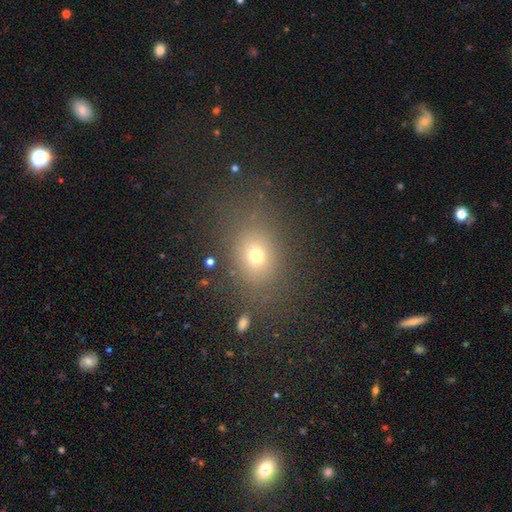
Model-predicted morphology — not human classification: Overall: smooth (69%). How rounded: in between (57%; round 41%). Merging: none (77%).